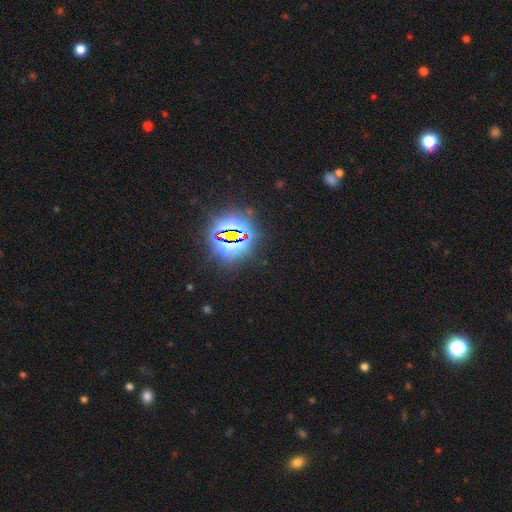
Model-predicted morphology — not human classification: Smooth or featured?
  - star or artifact: 81% *
  - smooth: 11%
  - featured or disk: 8%